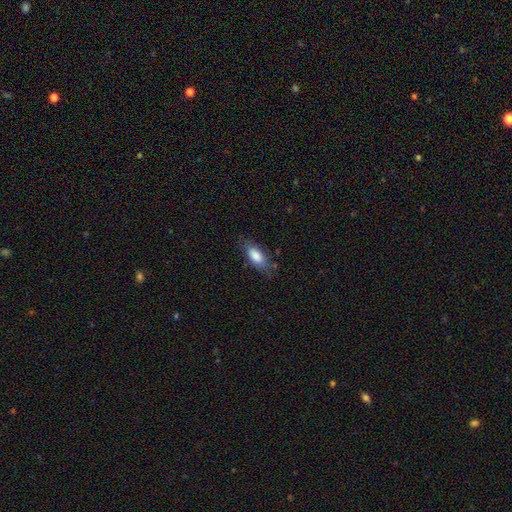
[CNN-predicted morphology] Smooth or featured?
  - smooth: 81% *
  - featured or disk: 13%
  - star or artifact: 6%
How rounded?
  - in between: 80% *
  - cigar-shaped: 18%
  - round: 2%
Merging?
  - none: 73% *
  - minor disturbance: 20%
  - major disturbance: 5%
  - merger: 2%